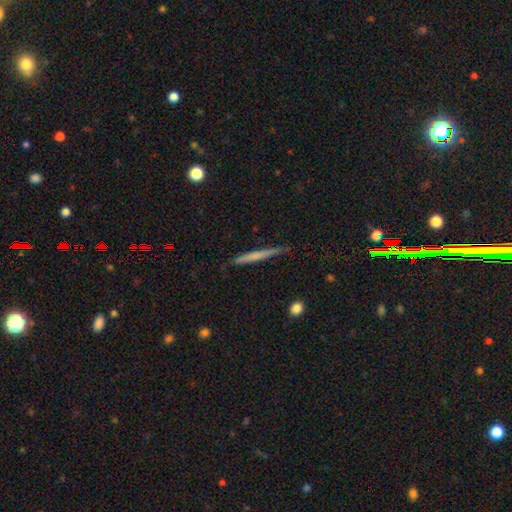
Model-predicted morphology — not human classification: A smooth galaxy with no disk features (53%) that is cigar-shaped (96%). Merging: none (84%).